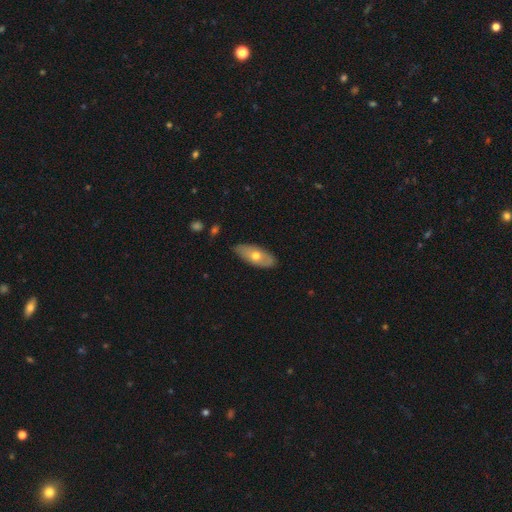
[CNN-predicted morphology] smooth_or_featured: smooth (p=0.57) [alt: featured or disk p=0.38]
how_rounded: in between (p=0.82) [alt: cigar-shaped p=0.14]
merging: none (p=0.83) [alt: minor disturbance p=0.14]